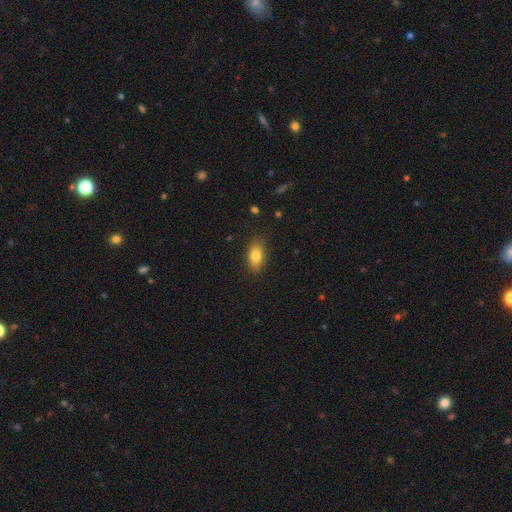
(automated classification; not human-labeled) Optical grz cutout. It shows a smooth galaxy with no disk features (81%) that is in between round and cigar-shaped (87%). Merging: none (85%).